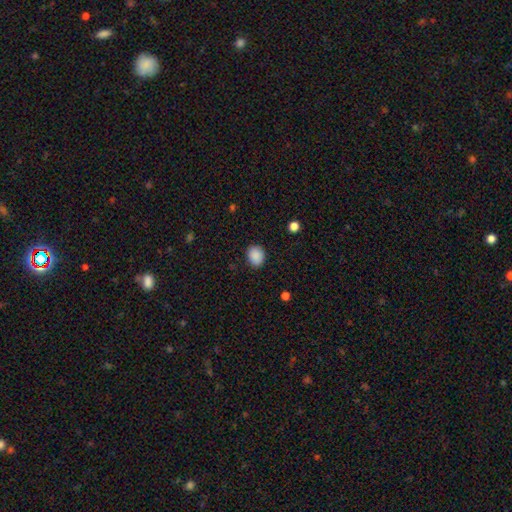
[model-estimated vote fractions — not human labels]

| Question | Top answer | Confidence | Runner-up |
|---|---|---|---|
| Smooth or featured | smooth | 89% | star or artifact (8%) |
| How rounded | round | 55% | in between (44%) |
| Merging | none | 87% | minor disturbance (10%) |